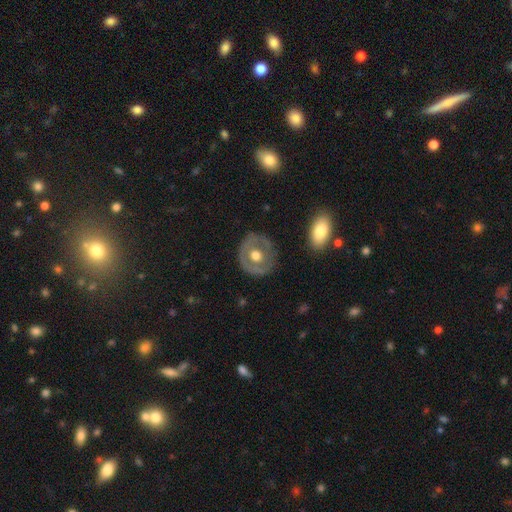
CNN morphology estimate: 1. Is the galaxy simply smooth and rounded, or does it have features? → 51% featured or disk, 43% smooth, 6% star or artifact.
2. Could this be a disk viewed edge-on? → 94% no, 6% yes.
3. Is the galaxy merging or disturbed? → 79% none, 14% minor disturbance, 5% major disturbance, 2% merger.